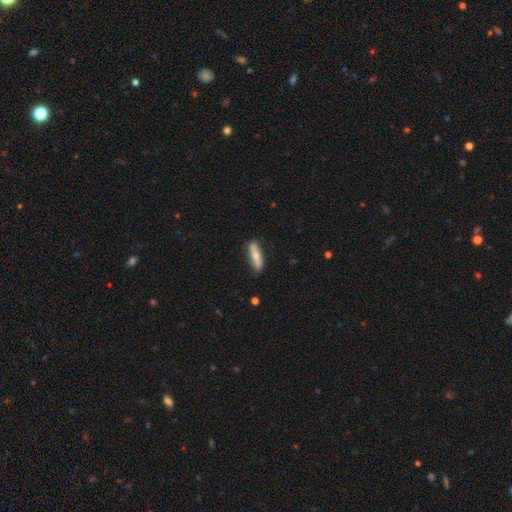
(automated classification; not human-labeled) A smooth galaxy with no disk features (61%) that is cigar-shaped (71%).

Vote fractions:
- Smooth or featured? smooth: 61% / featured or disk: 34% / star or artifact: 6%
- How rounded? cigar-shaped: 71% / in between: 27% / round: 2%
- Merging? none: 86% / minor disturbance: 11% / major disturbance: 2% / merger: 1%